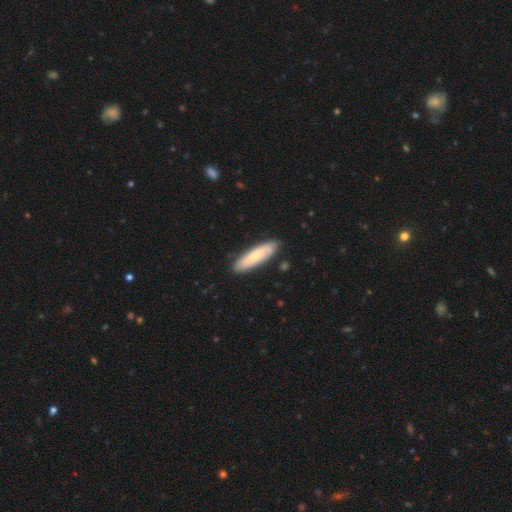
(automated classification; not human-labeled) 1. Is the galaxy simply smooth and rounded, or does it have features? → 70% smooth, 25% featured or disk, 5% star or artifact.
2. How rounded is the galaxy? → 64% cigar-shaped, 34% in between, 1% round.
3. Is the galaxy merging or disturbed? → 87% none, 10% minor disturbance, 2% major disturbance, 1% merger.